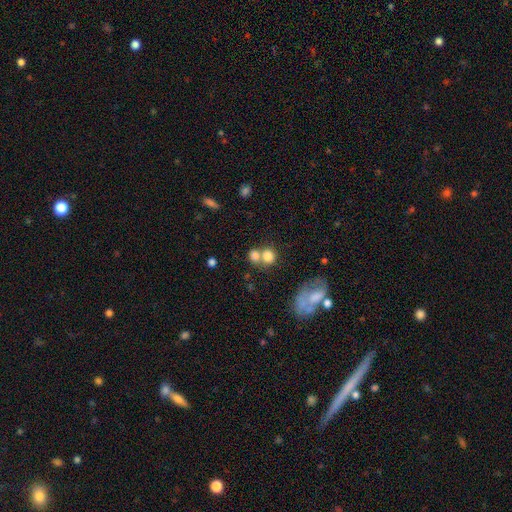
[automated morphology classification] This is likely a smooth galaxy (78%). How rounded: likely round (72%). Merging: possibly merger (51%).